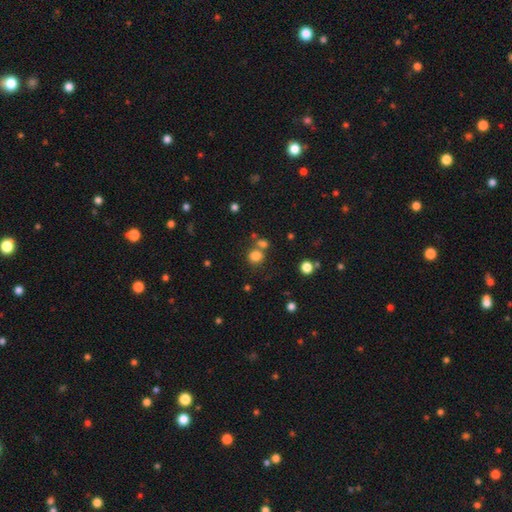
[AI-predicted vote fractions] smooth 79%, star or artifact 15%, featured or disk 6%. Down the decision tree: how rounded — round (82%); merging — none (62%).